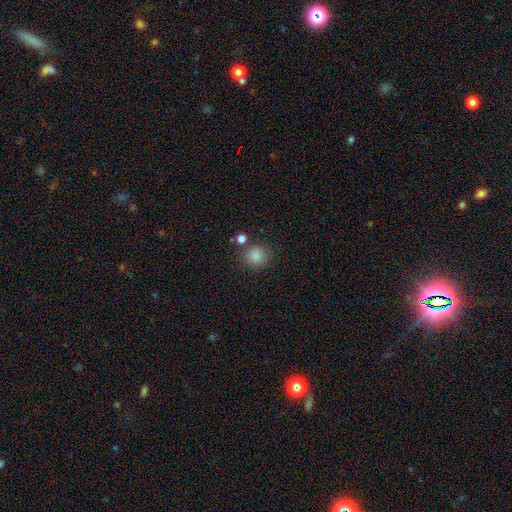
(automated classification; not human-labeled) smooth-or-featured: smooth: 85% | star or artifact: 11% | featured or disk: 4%
  how-rounded: round: 88% | in between: 11% | cigar-shaped: 1%
  merging: none: 80% | minor disturbance: 10% | merger: 8% | major disturbance: 3%